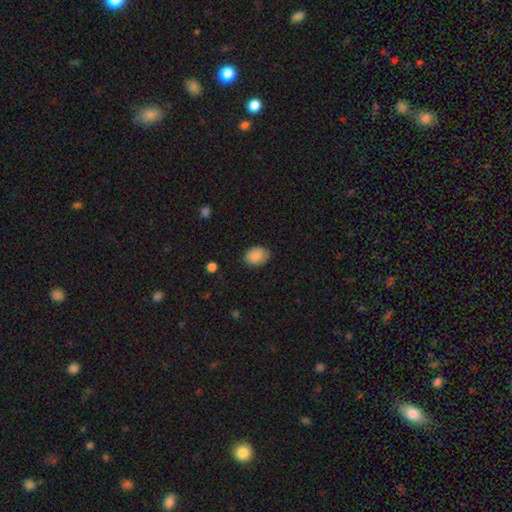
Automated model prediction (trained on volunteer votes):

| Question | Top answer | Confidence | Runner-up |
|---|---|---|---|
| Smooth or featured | smooth | 88% | star or artifact (7%) |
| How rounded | in between | 73% | round (26%) |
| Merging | none | 80% | minor disturbance (16%) |